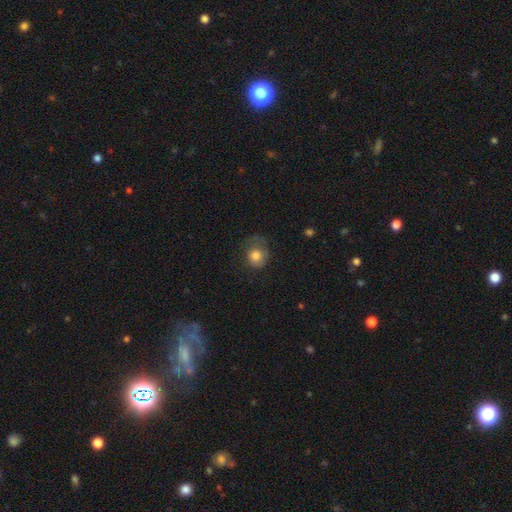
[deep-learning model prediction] smooth_or_featured: smooth (p=0.78) [alt: featured or disk p=0.13]
how_rounded: round (p=0.70) [alt: in between p=0.29]
merging: none (p=0.44) [alt: minor disturbance p=0.28]